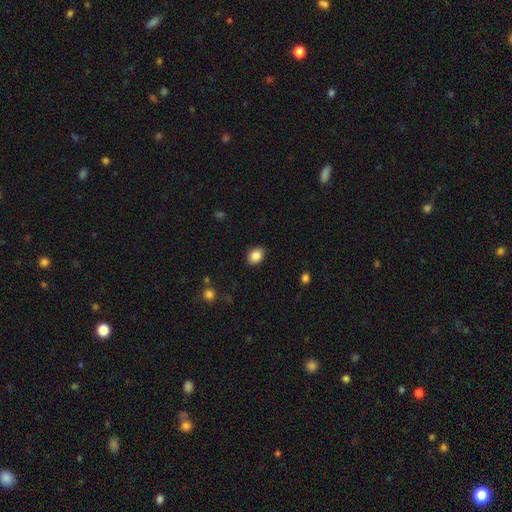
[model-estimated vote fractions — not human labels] smooth-or-featured: smooth: 86% | star or artifact: 9% | featured or disk: 5%
  how-rounded: in between: 60% | round: 39% | cigar-shaped: 1%
  merging: none: 88% | minor disturbance: 9% | major disturbance: 2% | merger: 1%